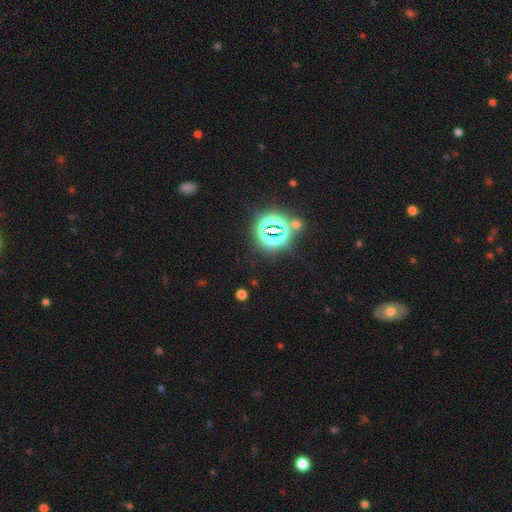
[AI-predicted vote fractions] The model was most divided on "smooth or featured": star or artifact: 81%, smooth: 12%, featured or disk: 7%.